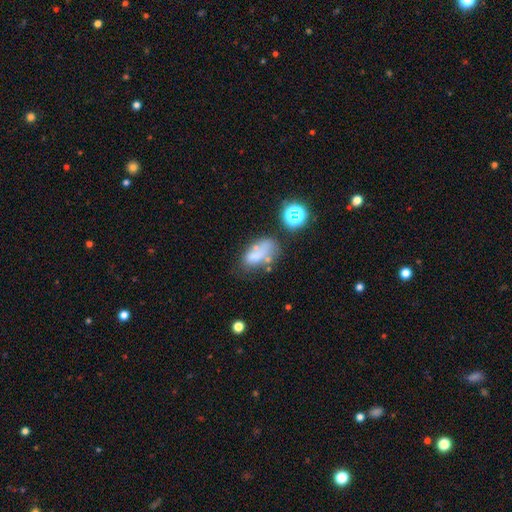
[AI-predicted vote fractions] A smooth galaxy with no disk features (59%) that is in between round and cigar-shaped (86%).

Vote fractions:
- Smooth or featured? smooth: 59% / featured or disk: 24% / star or artifact: 17%
- How rounded? in between: 86% / round: 10% / cigar-shaped: 4%
- Merging? none: 36% / minor disturbance: 25% / major disturbance: 21% / merger: 18%